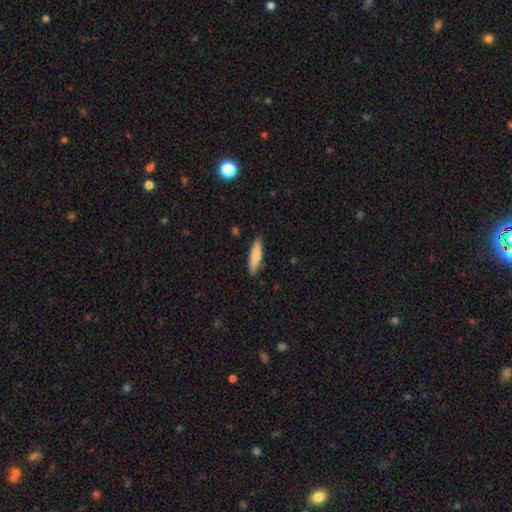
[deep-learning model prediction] The model was most divided on "how rounded": cigar-shaped: 69%, in between: 30%, round: 1%. More confident: merging — none (86%); smooth or featured — smooth (82%).